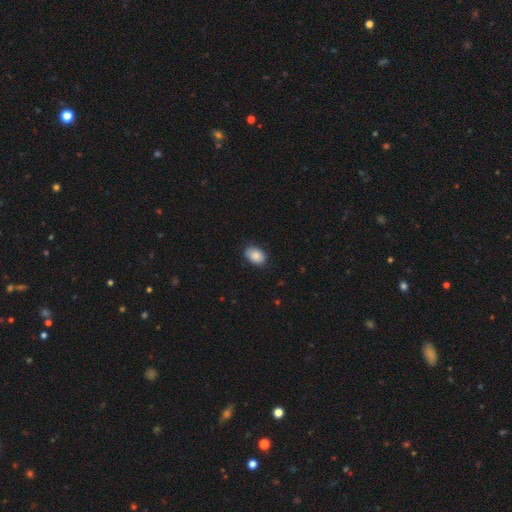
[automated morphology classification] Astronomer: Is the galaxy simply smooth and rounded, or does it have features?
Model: smooth — 89%.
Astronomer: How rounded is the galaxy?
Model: in between — 86%.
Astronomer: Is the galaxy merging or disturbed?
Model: none — 85%.